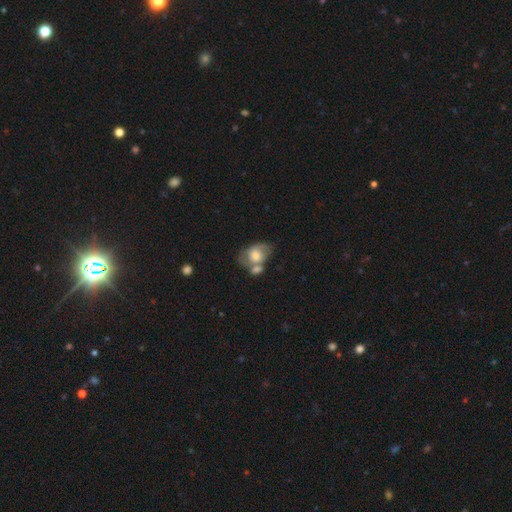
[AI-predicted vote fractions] smooth-or-featured: smooth: 49% | featured or disk: 44% | star or artifact: 7%
  merging: merger: 42% | none: 30% | minor disturbance: 17% | major disturbance: 11%